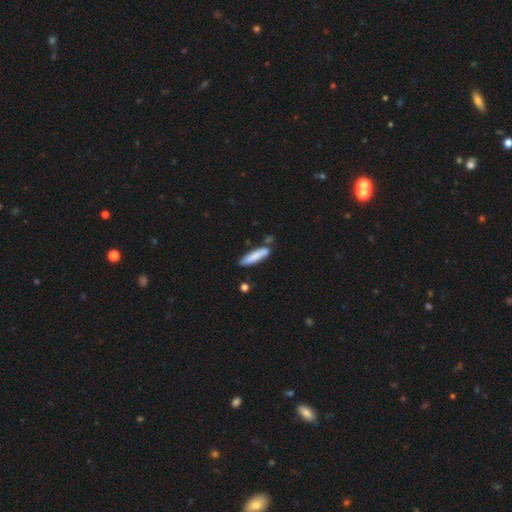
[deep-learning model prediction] A smooth galaxy with no disk features (81%) that is cigar-shaped (76%).

Vote fractions:
- Smooth or featured? smooth: 81% / featured or disk: 14% / star or artifact: 6%
- How rounded? cigar-shaped: 76% / in between: 23% / round: 1%
- Merging? none: 73% / minor disturbance: 16% / merger: 8% / major disturbance: 3%